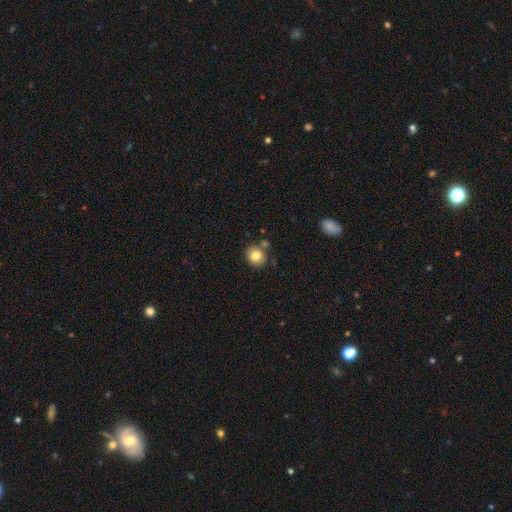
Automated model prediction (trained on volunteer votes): Smooth or featured?
  - smooth: 82% *
  - star or artifact: 10%
  - featured or disk: 8%
How rounded?
  - round: 83% *
  - in between: 16%
  - cigar-shaped: 1%
Merging?
  - none: 75% *
  - merger: 12%
  - minor disturbance: 11%
  - major disturbance: 3%